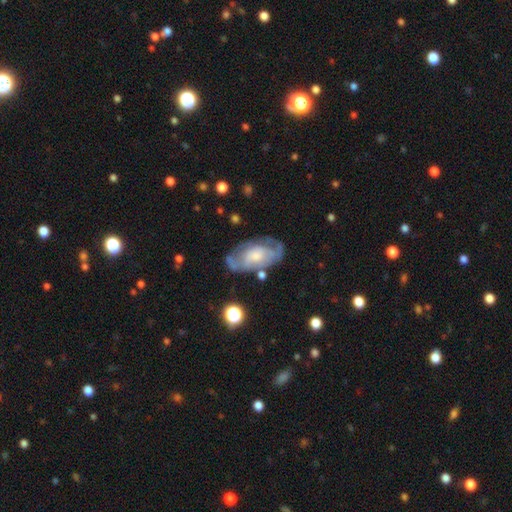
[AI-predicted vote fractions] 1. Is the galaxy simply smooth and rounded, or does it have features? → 66% featured or disk, 27% smooth, 7% star or artifact.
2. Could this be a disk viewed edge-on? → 93% no, 7% yes.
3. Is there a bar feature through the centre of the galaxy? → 72% no, 23% weak, 4% strong.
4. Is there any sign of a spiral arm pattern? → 69% yes, 31% no.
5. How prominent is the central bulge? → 38% moderate, 34% small, 17% large, 9% none, 2% dominant.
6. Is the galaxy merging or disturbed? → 60% none, 24% minor disturbance, 13% major disturbance, 4% merger.